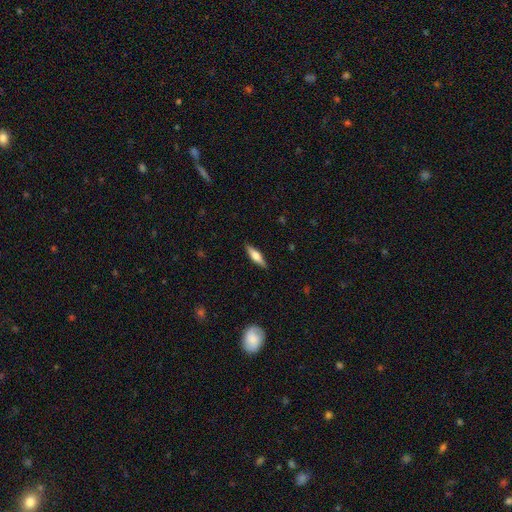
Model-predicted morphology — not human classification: This is possibly a smooth galaxy (49%). Merging: clearly none (89%).